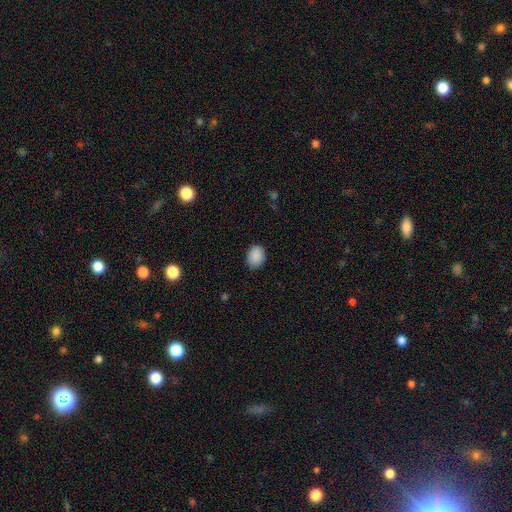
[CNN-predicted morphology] Smooth or featured? smooth (89%)
How rounded? in between (63%)
Merging? none (84%)